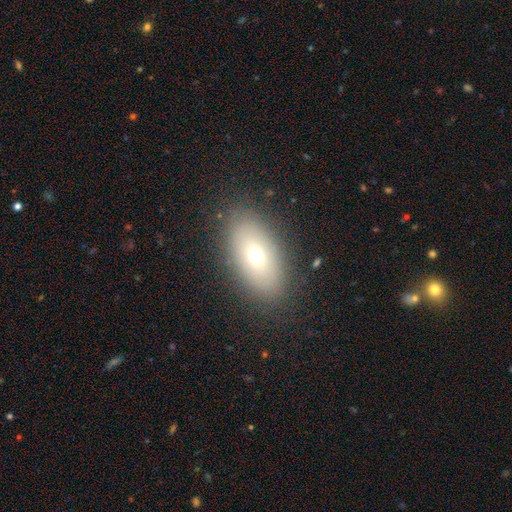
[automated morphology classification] smooth-or-featured: smooth: 65% | featured or disk: 23% | star or artifact: 11%
  how-rounded: in between: 89% | round: 7% | cigar-shaped: 4%
  merging: none: 86% | minor disturbance: 9% | major disturbance: 3% | merger: 1%